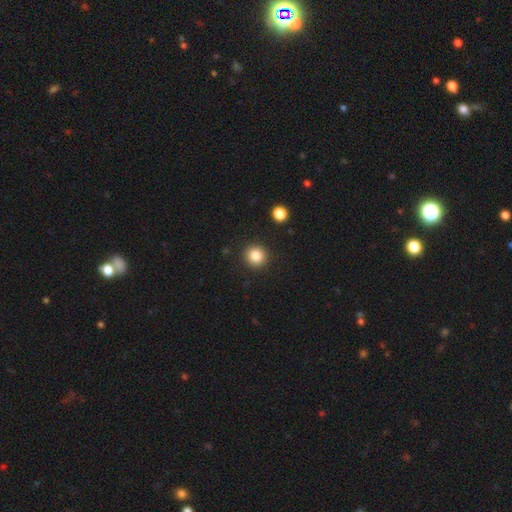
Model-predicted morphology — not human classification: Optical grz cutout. It shows a smooth galaxy with no disk features (84%) that is round (93%). Merging: none (91%).